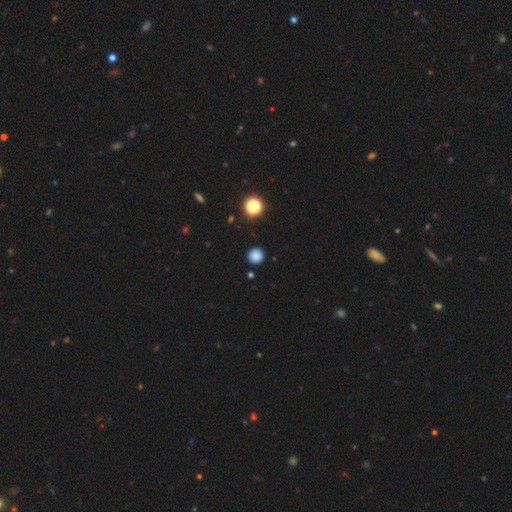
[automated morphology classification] smooth 83%, star or artifact 13%, featured or disk 3%. Down the decision tree: how rounded — round (95%); merging — none (91%).